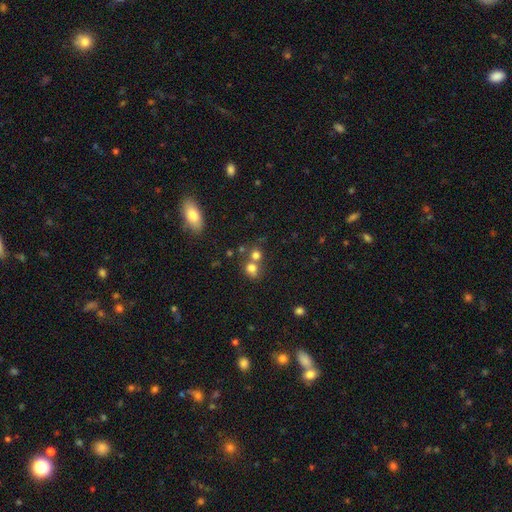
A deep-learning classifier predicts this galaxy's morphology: Smooth or featured?
  - smooth: 74% *
  - star or artifact: 15%
  - featured or disk: 10%
How rounded?
  - round: 79% *
  - in between: 20%
  - cigar-shaped: 1%
Merging?
  - merger: 45% * (tied)
  - none: 45% * (tied)
  - minor disturbance: 7%
  - major disturbance: 3%